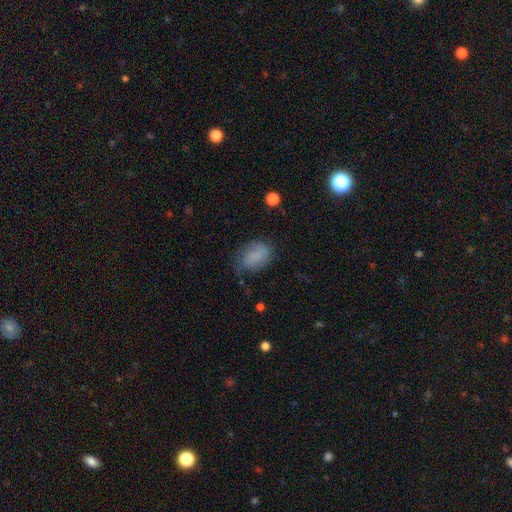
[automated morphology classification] smooth 74%, featured or disk 17%, star or artifact 9%. Down the decision tree: how rounded — in between (80%); merging — none (58%).